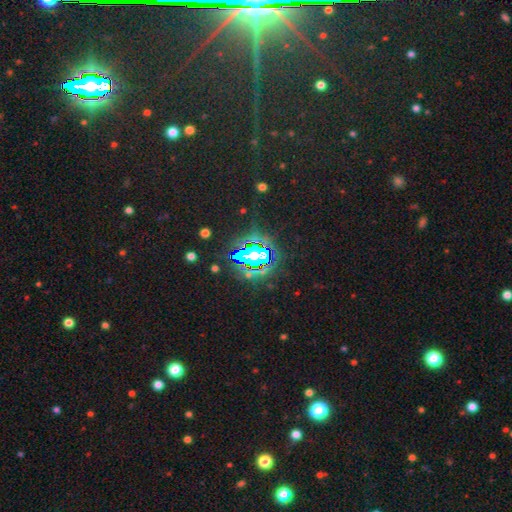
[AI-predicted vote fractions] This is likely a star or artifact rather than a galaxy (75%).